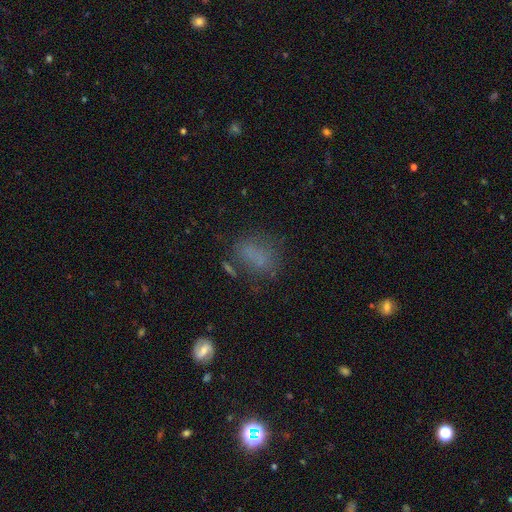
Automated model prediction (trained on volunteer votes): smooth 62%, star or artifact 20%, featured or disk 18%. Down the decision tree: how rounded — in between (71%); merging — none (56%).